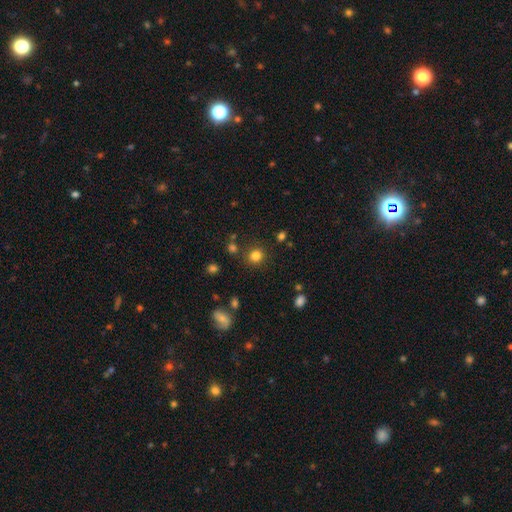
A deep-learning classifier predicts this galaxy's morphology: smooth 81%, star or artifact 14%, featured or disk 5%. Down the decision tree: how rounded — round (86%); merging — none (85%).